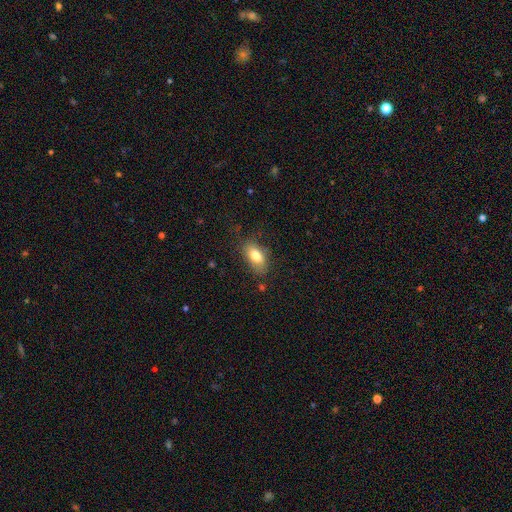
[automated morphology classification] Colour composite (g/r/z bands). It shows a smooth galaxy with no disk features (78%) that is in between round and cigar-shaped (88%). Merging: none (75%).